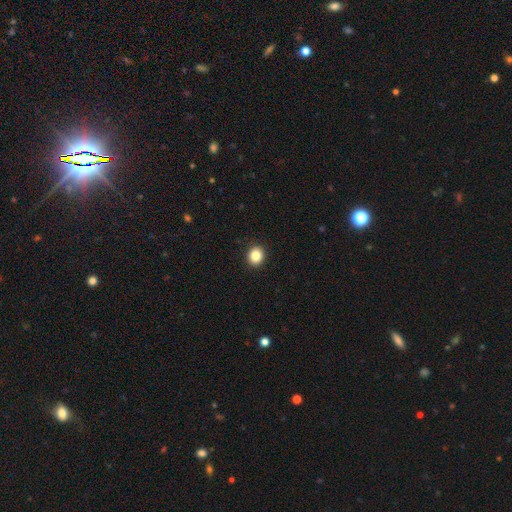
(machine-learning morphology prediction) Overall: smooth (86%). How rounded: round (78%). Merging: none (92%).